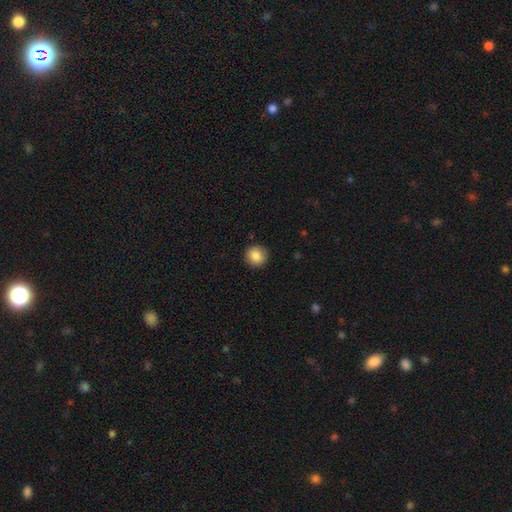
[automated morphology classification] Smooth or featured? smooth (87%)
How rounded? round (93%)
Merging? none (90%)